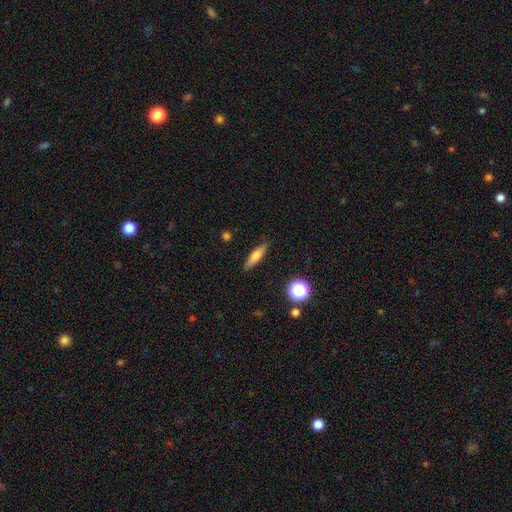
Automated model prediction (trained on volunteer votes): Morphology: type=smooth (65%); roundness=cigar-shaped (68%); merging=none (85%).